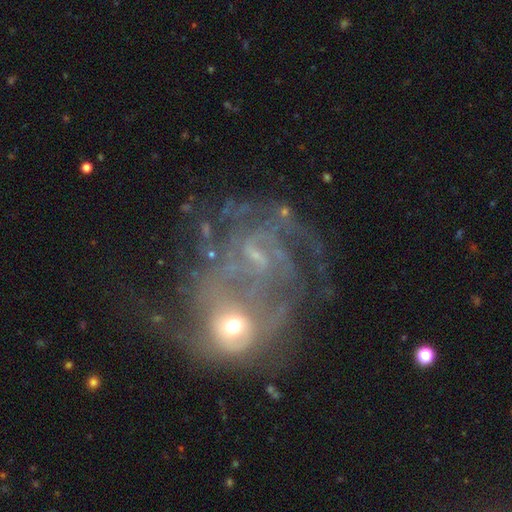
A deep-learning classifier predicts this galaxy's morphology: type=featured or disk (77%); edge-on=no (97%); bar=no (53%); spiral arms=yes (77%); winding=tight (40%); arm count=can't tell (45%); bulge=small (56%); merging=merger (43%).